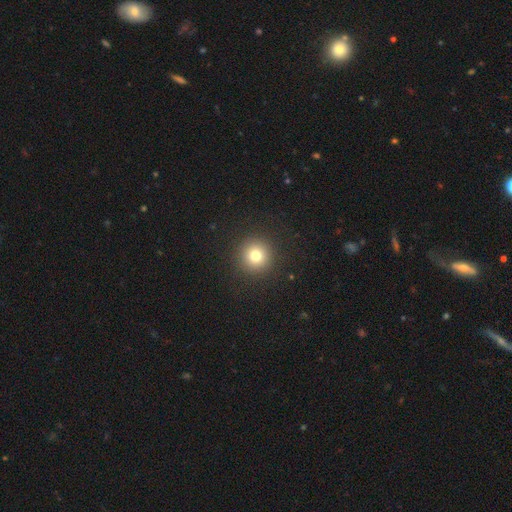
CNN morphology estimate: A smooth galaxy with no disk features (77%) that is round (96%). Merging: none (92%).